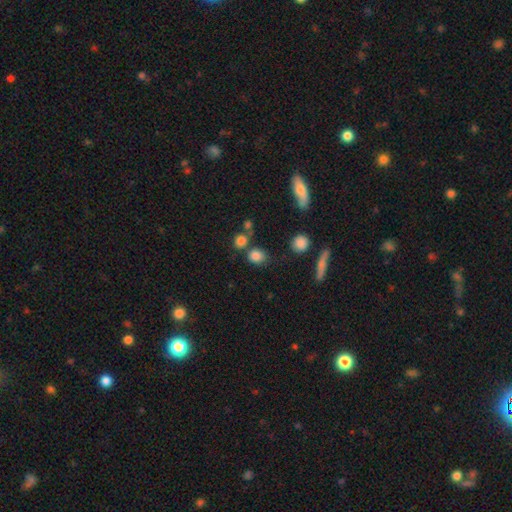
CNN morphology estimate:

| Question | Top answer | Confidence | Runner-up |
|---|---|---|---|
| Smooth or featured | smooth | 82% | star or artifact (12%) |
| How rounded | round | 69% | in between (29%) |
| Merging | none | 67% | merger (16%) |